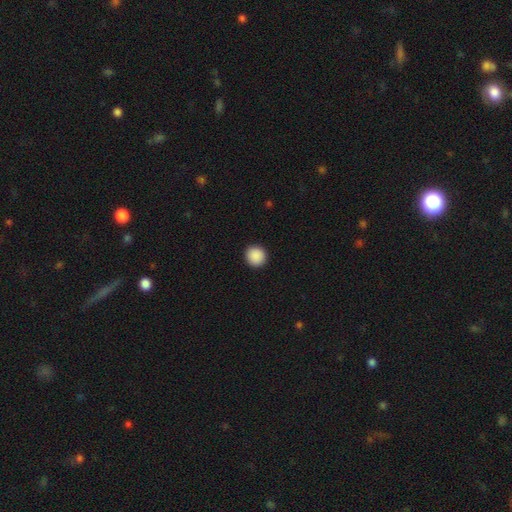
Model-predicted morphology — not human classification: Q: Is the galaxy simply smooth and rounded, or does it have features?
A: smooth — 90%.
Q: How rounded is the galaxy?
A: round — 92%.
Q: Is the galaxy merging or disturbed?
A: none — 93%.